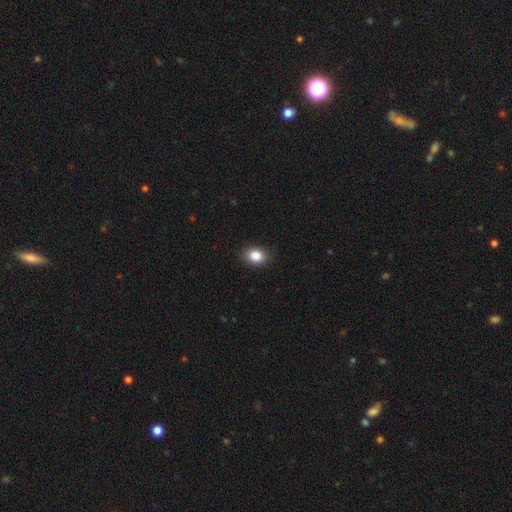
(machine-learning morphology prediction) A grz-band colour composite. It shows a smooth galaxy with no disk features (86%) that is in between round and cigar-shaped (58%). Merging: none (87%).